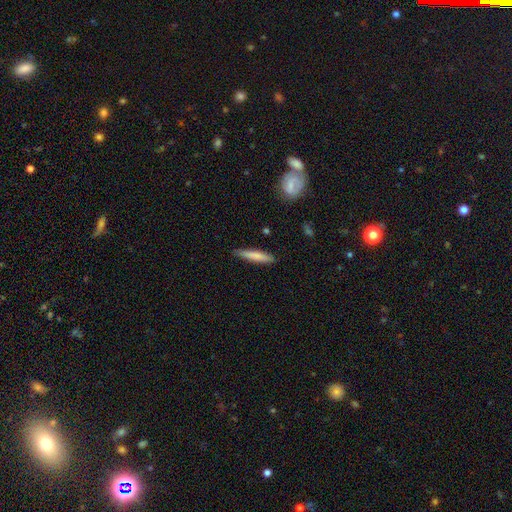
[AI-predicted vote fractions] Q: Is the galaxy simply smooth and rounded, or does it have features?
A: smooth — 75%.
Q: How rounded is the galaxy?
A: cigar-shaped — 91%.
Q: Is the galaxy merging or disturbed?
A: none — 86%.